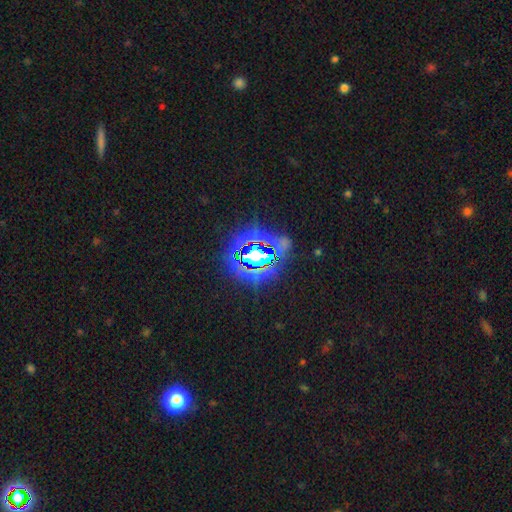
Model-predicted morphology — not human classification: Smooth or featured? Predicted: star or artifact (p=0.76).